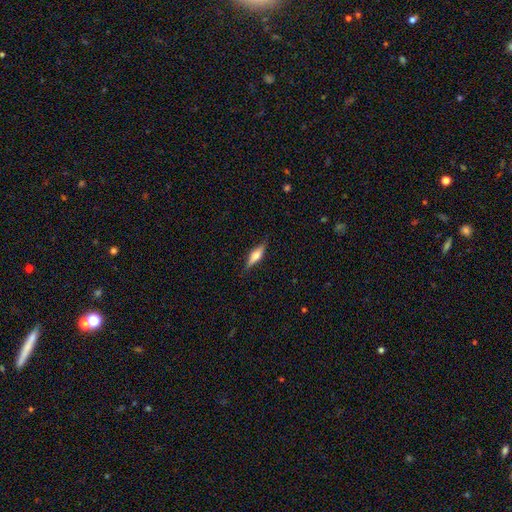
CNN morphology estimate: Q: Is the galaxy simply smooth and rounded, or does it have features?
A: smooth — 51%.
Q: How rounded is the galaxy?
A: cigar-shaped — 61%.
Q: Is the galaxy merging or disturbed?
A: none — 84%.